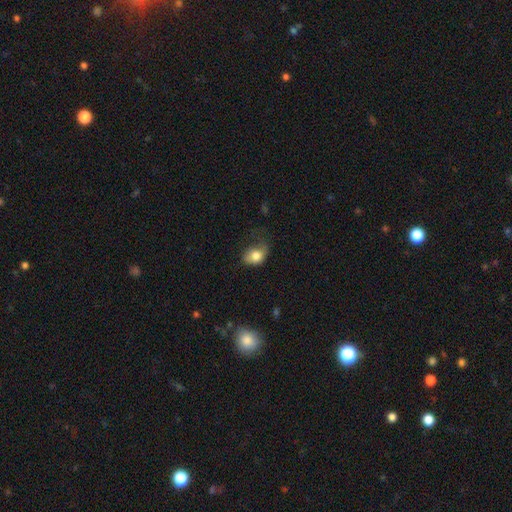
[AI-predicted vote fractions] Smooth or featured? Predicted: smooth (p=0.78). How rounded? Predicted: in between (p=0.69). Merging? Predicted: minor disturbance (p=0.36).